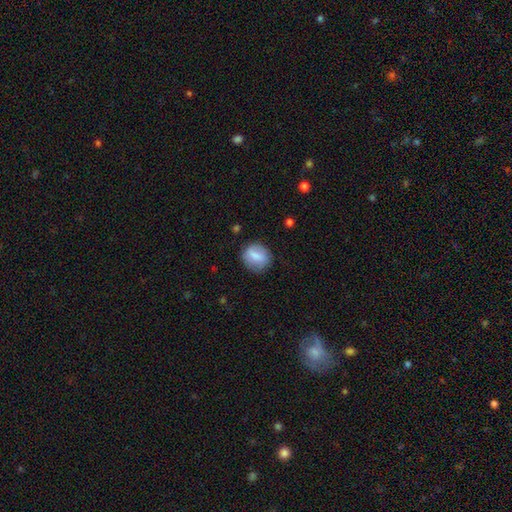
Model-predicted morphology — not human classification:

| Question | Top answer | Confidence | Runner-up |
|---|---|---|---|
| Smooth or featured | smooth | 73% | featured or disk (19%) |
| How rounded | round | 57% | in between (40%) |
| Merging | none | 78% | minor disturbance (16%) |